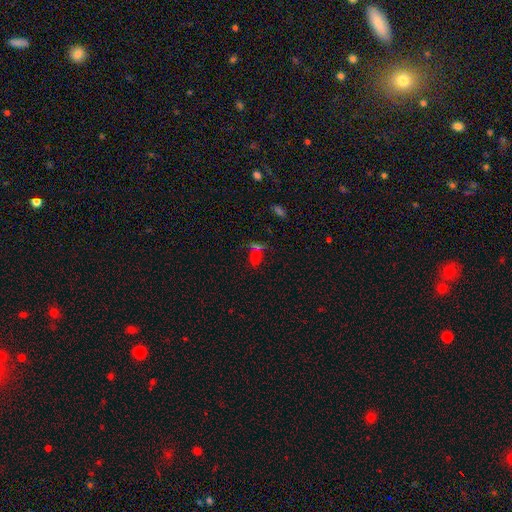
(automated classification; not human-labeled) smooth 52%, star or artifact 32%, featured or disk 16%. Down the decision tree: how rounded — in between (60%); merging — none (42%).